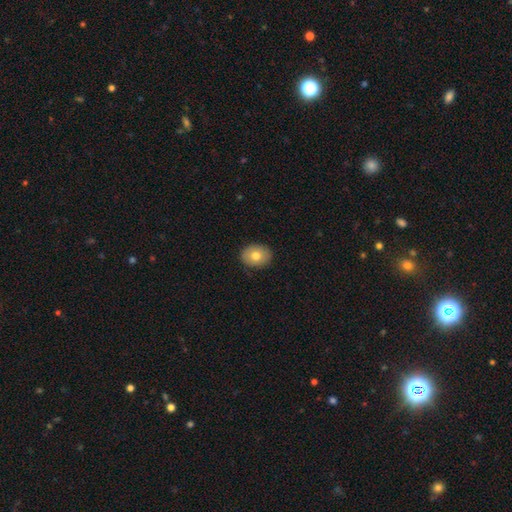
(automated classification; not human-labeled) Smooth or featured? Predicted: smooth (p=0.77). How rounded? Predicted: in between (p=0.59). Merging? Predicted: none (p=0.89).